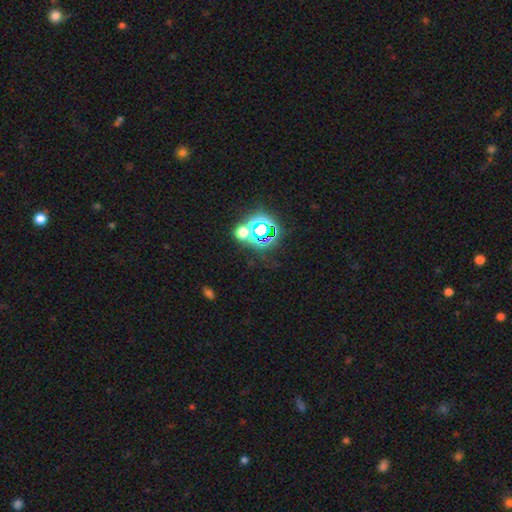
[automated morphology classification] Smooth or featured: star or artifact — 74% (smooth — 18%)